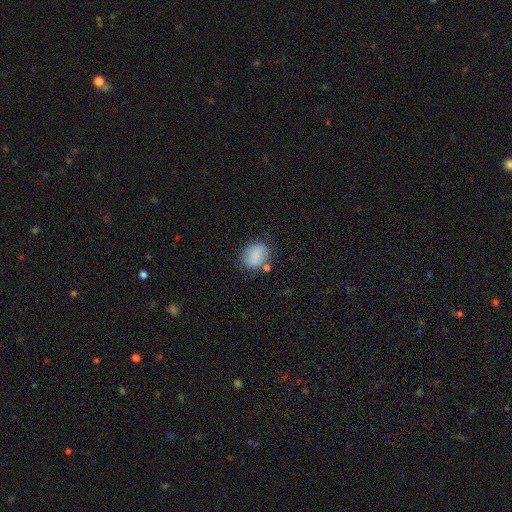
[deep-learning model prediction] The model was most divided on "how rounded": round: 54%, in between: 45%, cigar-shaped: 1%. More confident: smooth or featured — smooth (80%); merging — none (70%).